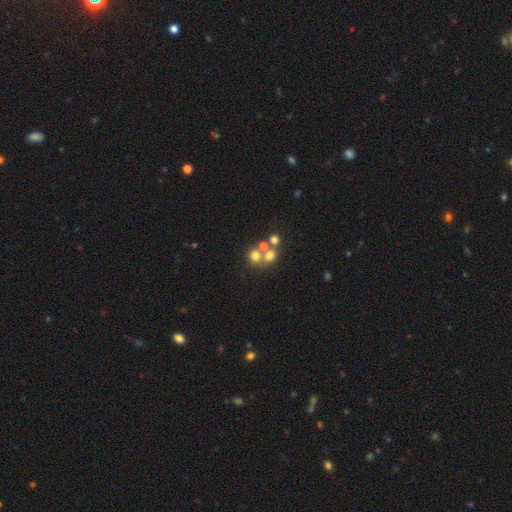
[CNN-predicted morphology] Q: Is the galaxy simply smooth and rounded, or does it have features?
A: smooth — 64%.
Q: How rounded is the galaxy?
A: round — 82%.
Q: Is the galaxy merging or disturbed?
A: merger — 46%.